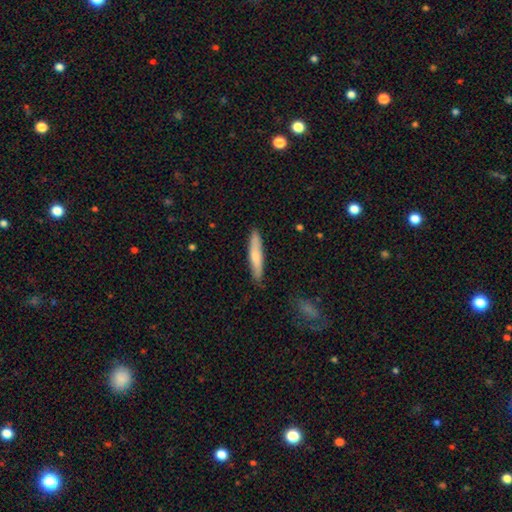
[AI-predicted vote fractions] smooth-or-featured: smooth: 67% | featured or disk: 28% | star or artifact: 5%
  how-rounded: cigar-shaped: 90% | in between: 9% | round: 1%
  merging: none: 87% | minor disturbance: 10% | major disturbance: 2% | merger: 1%